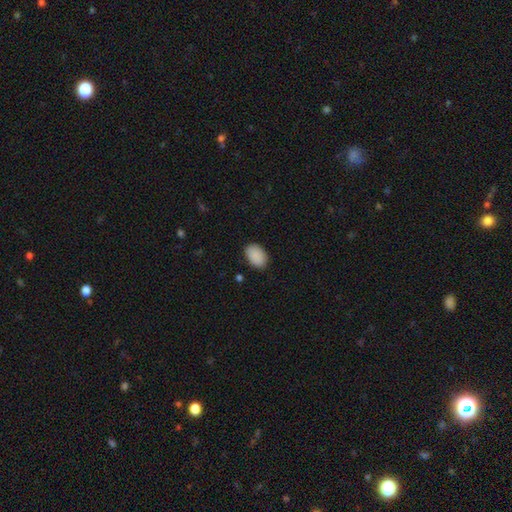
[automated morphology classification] smooth 90%, star or artifact 7%, featured or disk 3%. Down the decision tree: how rounded — in between (86%); merging — none (86%).